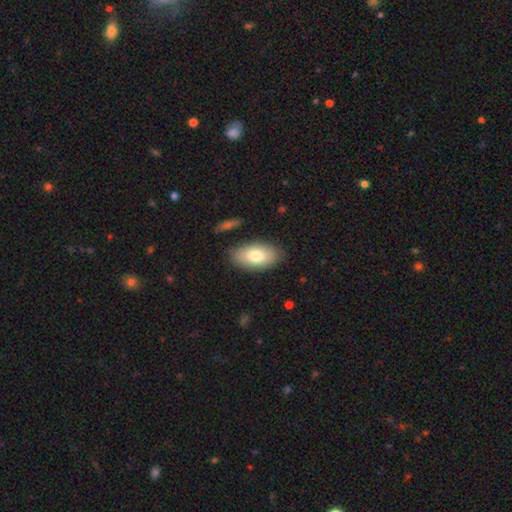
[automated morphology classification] Smooth or featured?
  - smooth: 78% *
  - featured or disk: 16%
  - star or artifact: 6%
How rounded?
  - in between: 94% *
  - round: 4%
  - cigar-shaped: 3%
Merging?
  - none: 84% *
  - minor disturbance: 12%
  - major disturbance: 3%
  - merger: 2%